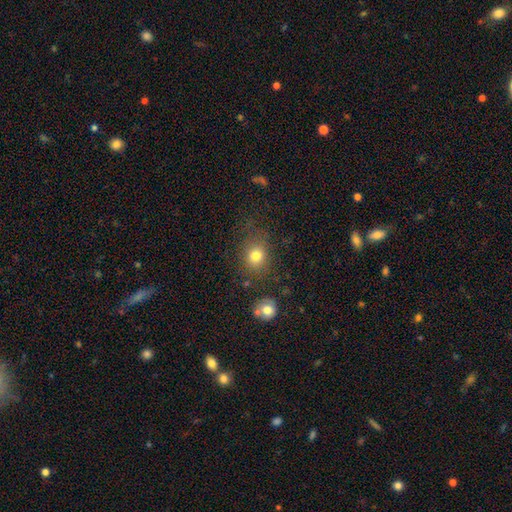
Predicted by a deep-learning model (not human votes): smooth 79%, star or artifact 13%, featured or disk 8%. Down the decision tree: how rounded — round (72%); merging — none (74%).